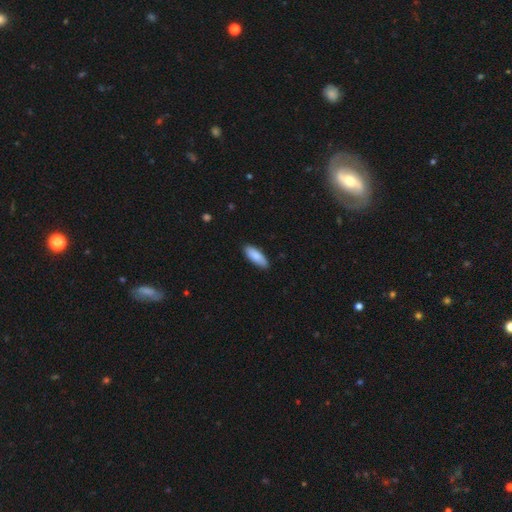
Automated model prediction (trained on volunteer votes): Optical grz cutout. It shows a smooth galaxy with no disk features (86%) that is in between round and cigar-shaped (67%). Merging: none (87%).